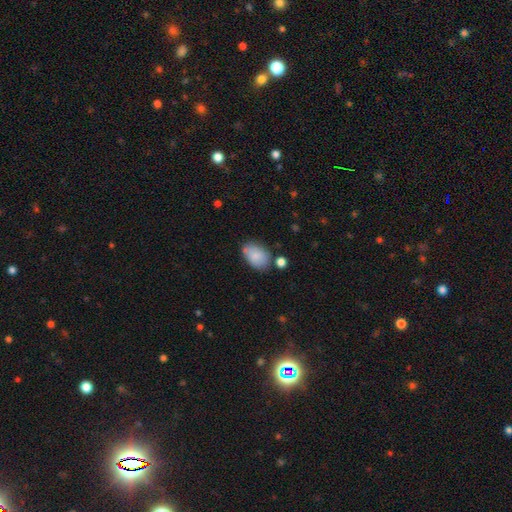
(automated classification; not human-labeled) This appears to be a smooth galaxy with no disk features (83%) that is in between round and cigar-shaped (88%). Merging: none (65%).